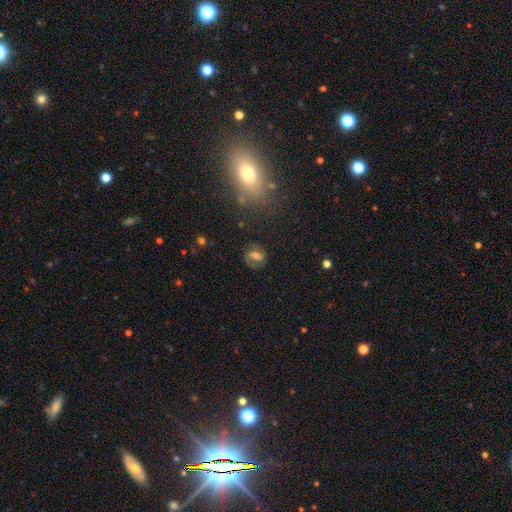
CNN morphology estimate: Overall: featured or disk (53%; smooth 35%). Edge-on disk: no (96%). Bar: weak (43%; strong 31%). Spiral arms: yes (77%). Bulge size: moderate (40%; small 25%). Merging: none (71%).